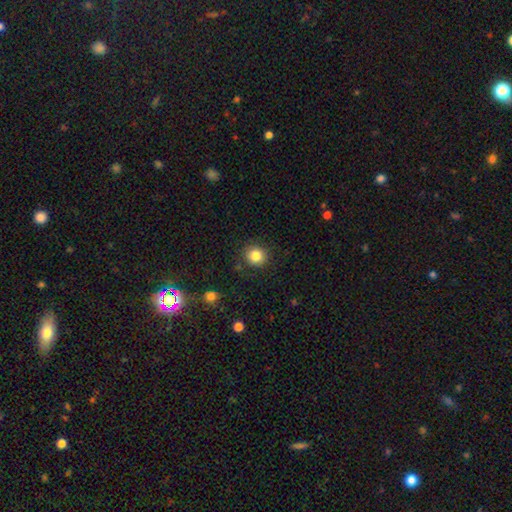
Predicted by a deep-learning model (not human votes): The model was most divided on "smooth or featured": smooth: 83%, star or artifact: 11%, featured or disk: 6%. More confident: how rounded — round (90%); merging — none (88%).